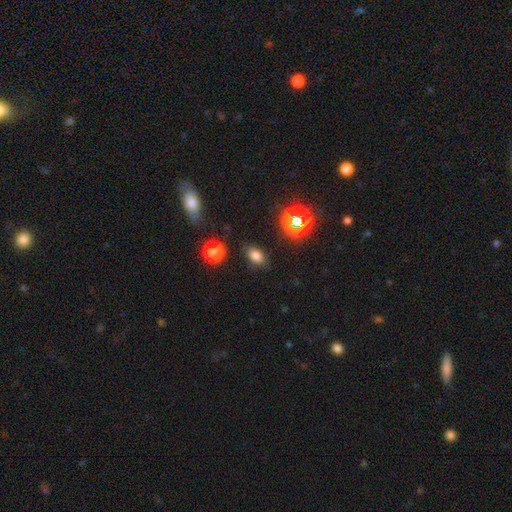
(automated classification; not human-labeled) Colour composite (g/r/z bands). It shows a smooth galaxy with no disk features (76%) that is in between round and cigar-shaped (82%). Merging: none (84%).